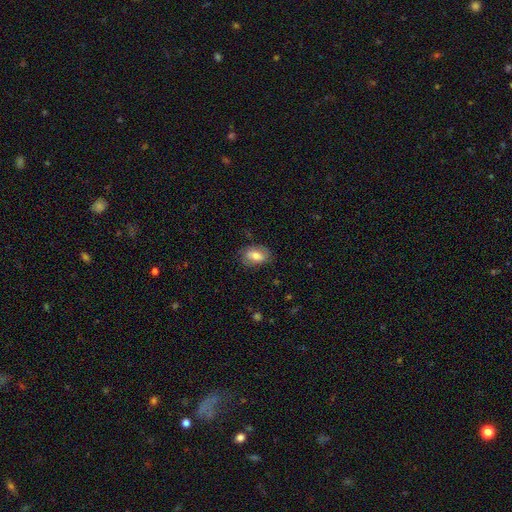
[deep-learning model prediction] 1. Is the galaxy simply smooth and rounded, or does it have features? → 72% smooth, 20% featured or disk, 8% star or artifact.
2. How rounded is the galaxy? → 85% in between, 13% round, 2% cigar-shaped.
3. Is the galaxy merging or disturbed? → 73% none, 20% minor disturbance, 6% major disturbance, 1% merger.